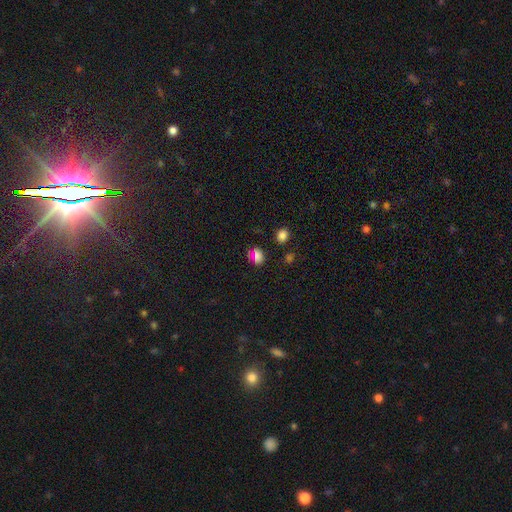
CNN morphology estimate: type=smooth (61%); roundness=round (54%); merging=none (76%).